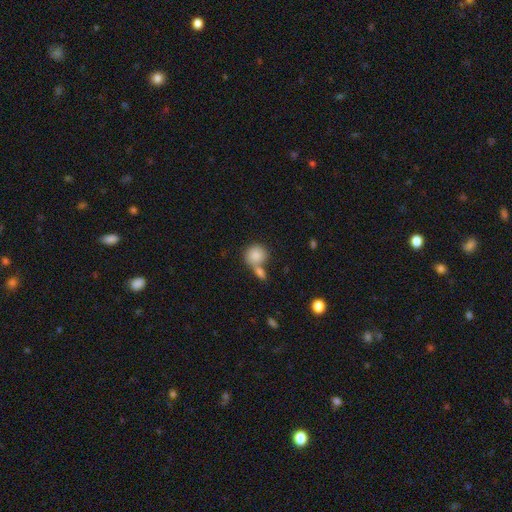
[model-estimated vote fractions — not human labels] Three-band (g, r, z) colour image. It shows a smooth galaxy with no disk features (84%) that is round (82%). Merging: none (44%).